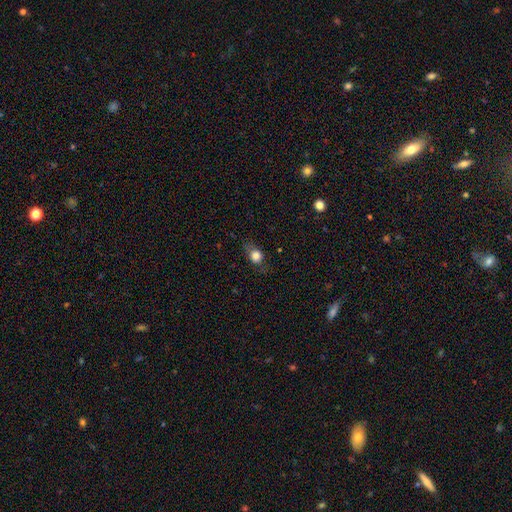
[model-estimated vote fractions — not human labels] This is likely a smooth galaxy (77%). How rounded: possibly round (59%). Merging: likely none (66%).